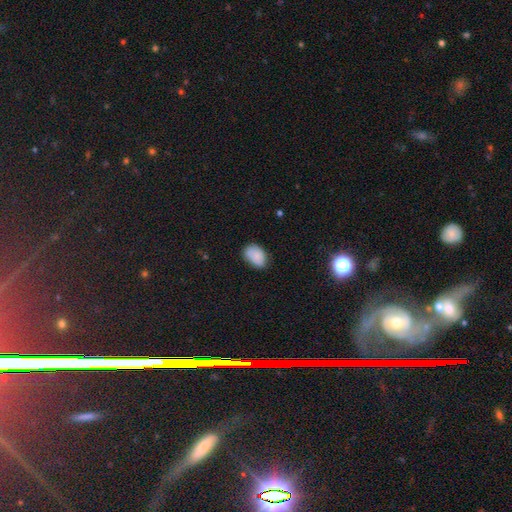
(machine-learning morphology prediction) Smooth or featured? smooth (83%)
How rounded? in between (83%)
Merging? none (63%)